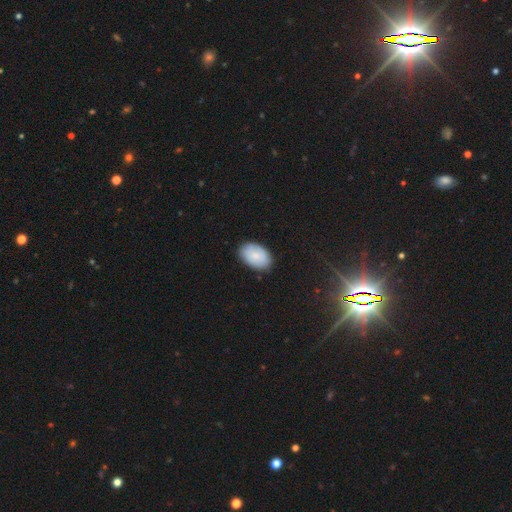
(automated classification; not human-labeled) The model was most divided on "smooth or featured": smooth: 81%, featured or disk: 12%, star or artifact: 7%. More confident: how rounded — in between (90%); merging — none (84%).